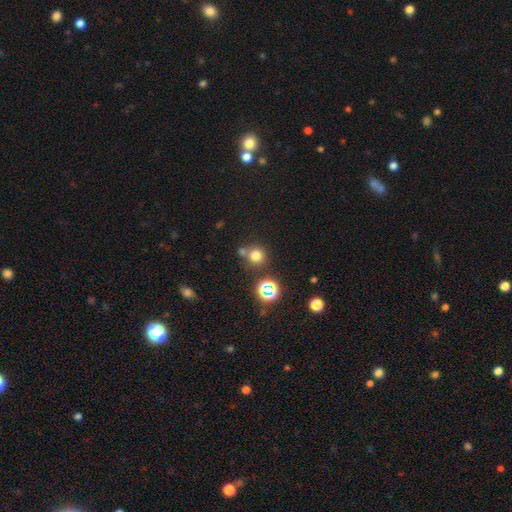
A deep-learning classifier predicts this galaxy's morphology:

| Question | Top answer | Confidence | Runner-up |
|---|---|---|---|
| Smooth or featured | smooth | 72% | star or artifact (21%) |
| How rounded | round | 91% | in between (8%) |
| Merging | none | 68% | merger (19%) |